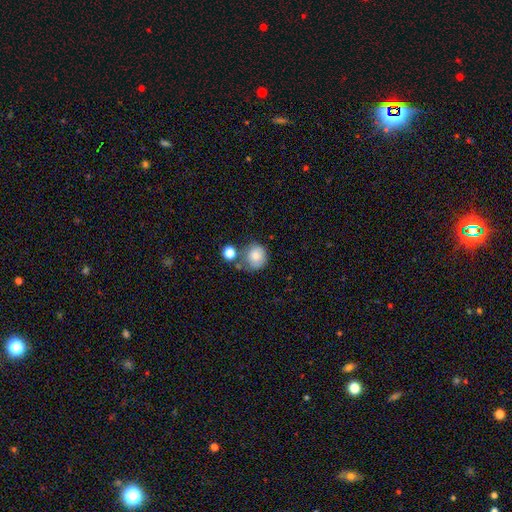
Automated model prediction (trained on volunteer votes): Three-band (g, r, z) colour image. It shows a smooth galaxy with no disk features (78%) that is round (84%). Merging: none (53%).